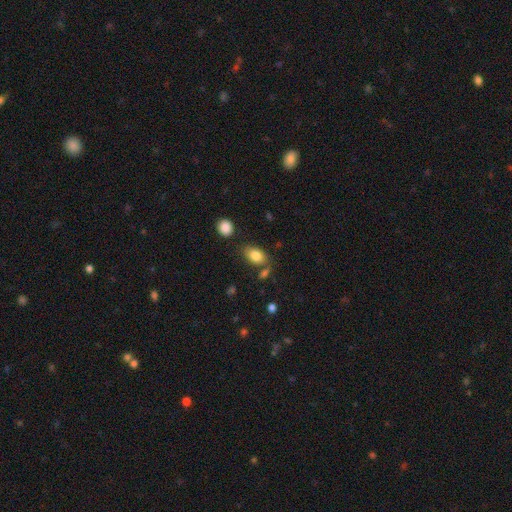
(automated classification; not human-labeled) A smooth galaxy with no disk features (82%) that is in between round and cigar-shaped (88%). Merging: none (69%).